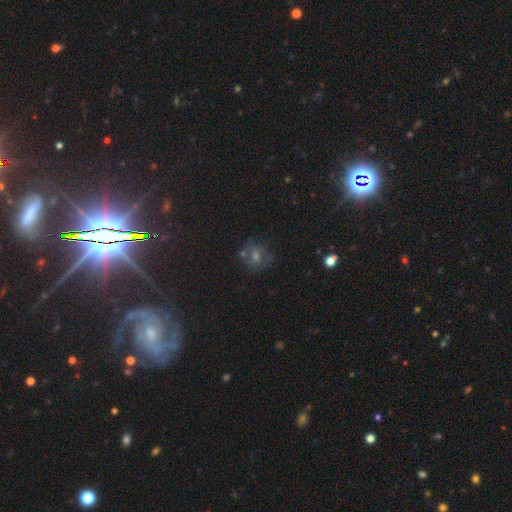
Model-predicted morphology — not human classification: A star or artifact, not a galaxy (37%).